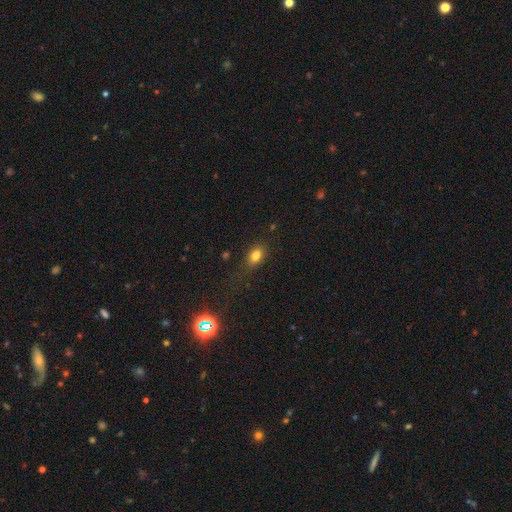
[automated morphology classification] Overall: smooth (79%). How rounded: in between (74%). Merging: none (71%).